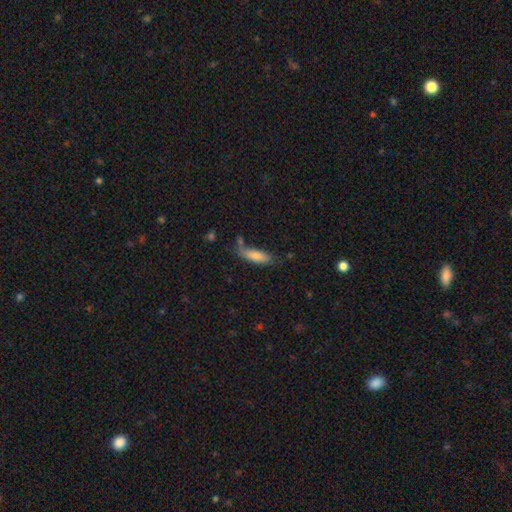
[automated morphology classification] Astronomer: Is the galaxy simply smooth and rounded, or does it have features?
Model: smooth — 80%.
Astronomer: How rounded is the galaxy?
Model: in between — 53% (runner-up: cigar-shaped, 45%).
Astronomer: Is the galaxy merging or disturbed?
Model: none — 56%.